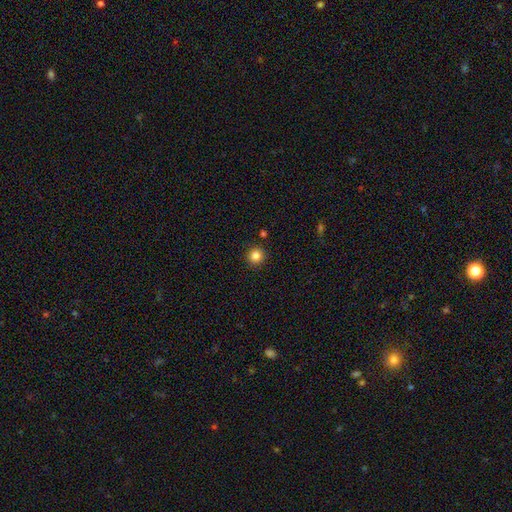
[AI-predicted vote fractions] Overall: smooth (85%). How rounded: round (95%). Merging: none (91%).